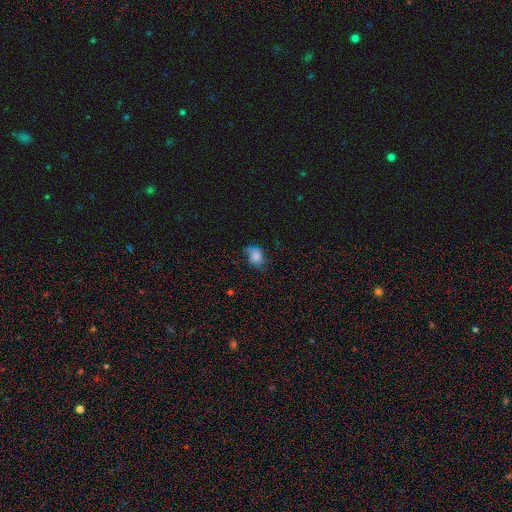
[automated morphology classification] Overall: smooth (65%). How rounded: in between (62%; round 36%). Merging: none (46%; minor disturbance 31%).